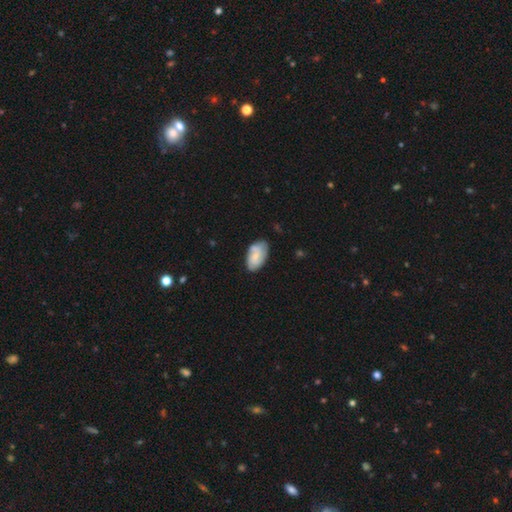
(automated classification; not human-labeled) smooth_or_featured: smooth (p=0.55) [alt: featured or disk p=0.39]
how_rounded: in between (p=0.93) [alt: round p=0.05]
merging: none (p=0.65) [alt: minor disturbance p=0.24]